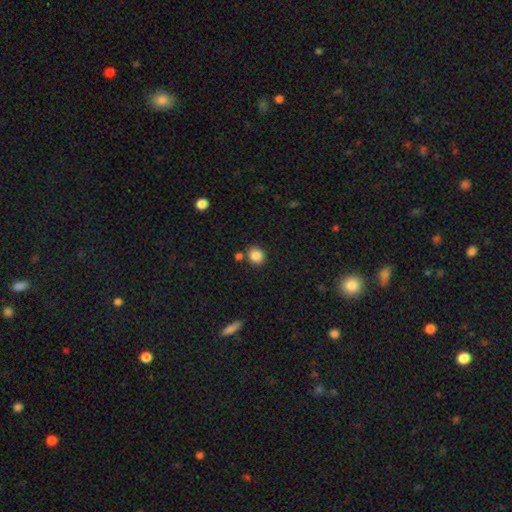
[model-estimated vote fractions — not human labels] Smooth or featured?
  - smooth: 86% *
  - star or artifact: 10%
  - featured or disk: 4%
How rounded?
  - round: 83% *
  - in between: 16%
  - cigar-shaped: 1%
Merging?
  - none: 81% *
  - merger: 9%
  - minor disturbance: 8%
  - major disturbance: 3%